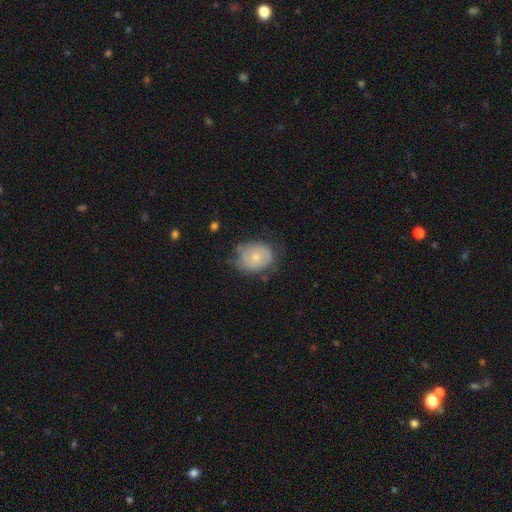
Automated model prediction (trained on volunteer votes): Smooth or featured? Predicted: smooth (p=0.58). How rounded? Predicted: in between (p=0.55). Merging? Predicted: none (p=0.62).